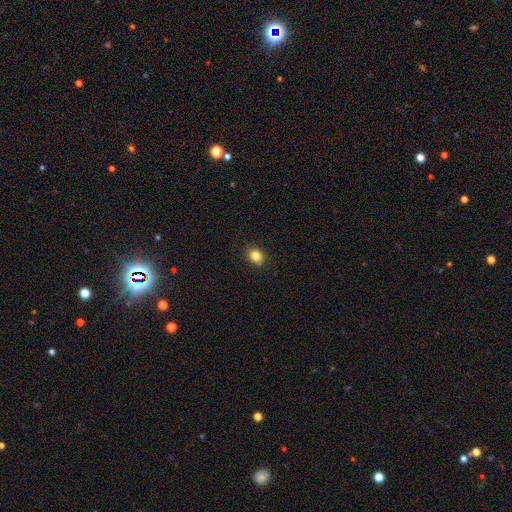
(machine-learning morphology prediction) Smooth or featured: smooth — 84% (star or artifact — 10%)
How rounded: in between — 51% (round — 48%)
Merging: none — 87% (minor disturbance — 10%)